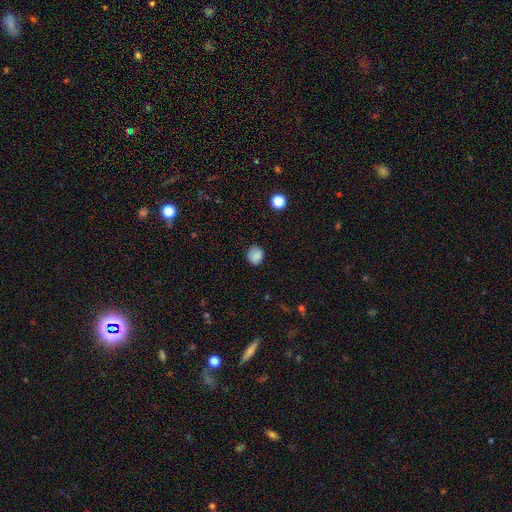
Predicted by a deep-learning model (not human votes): Overall: smooth (85%). How rounded: round (80%). Merging: none (83%).